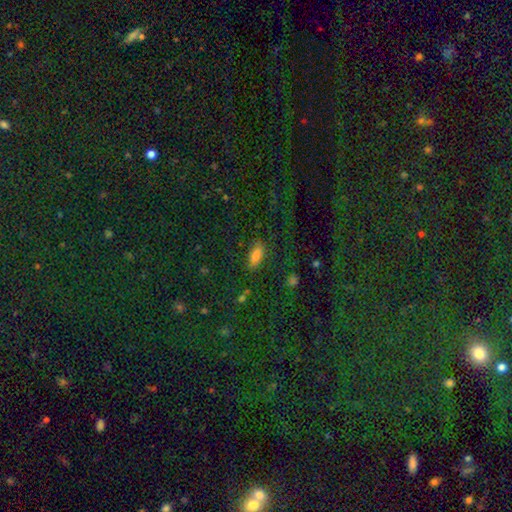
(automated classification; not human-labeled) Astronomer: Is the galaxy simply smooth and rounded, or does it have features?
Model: smooth — 77%.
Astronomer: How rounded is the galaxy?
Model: in between — 80%.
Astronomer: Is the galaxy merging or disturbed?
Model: none — 82%.